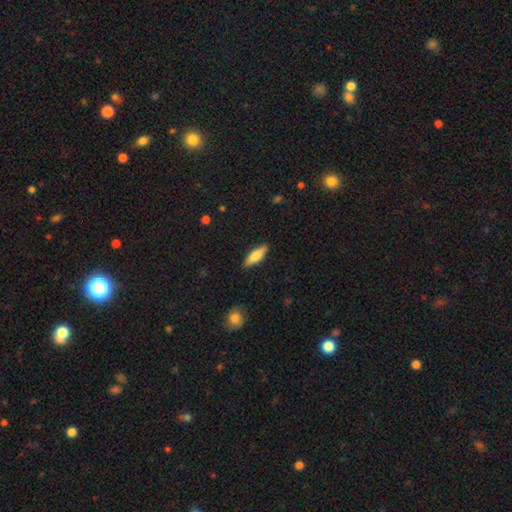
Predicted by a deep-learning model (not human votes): This is likely a smooth galaxy (65%). How rounded: possibly cigar-shaped (50%). Merging: clearly none (89%).